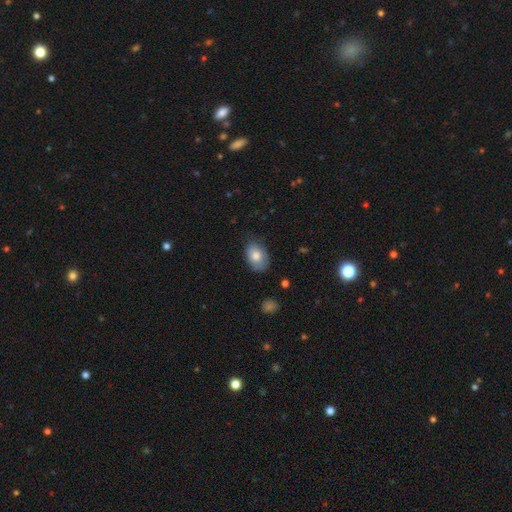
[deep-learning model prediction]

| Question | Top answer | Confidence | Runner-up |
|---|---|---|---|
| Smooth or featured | smooth | 78% | featured or disk (15%) |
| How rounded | in between | 85% | round (14%) |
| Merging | none | 72% | minor disturbance (22%) |